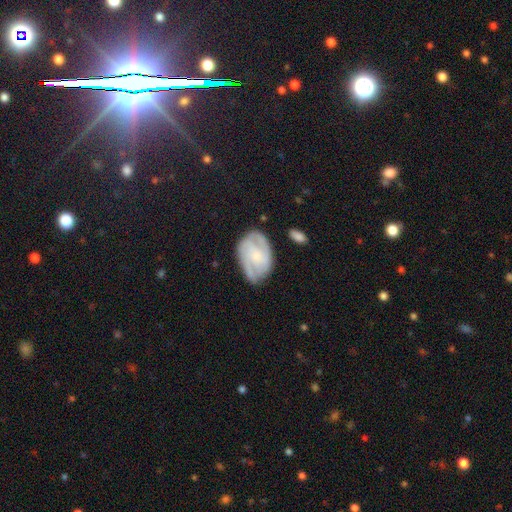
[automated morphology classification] This is likely a featured or disk galaxy (70%). It is clearly not viewed edge-on (97%). Bar: likely no (61%). Spiral arm pattern: clearly yes (90%). Spiral arm count: marginally 2 (38%). Spiral winding: possibly tight (47%). Central bulge: likely small (61%). Merging: likely none (67%).